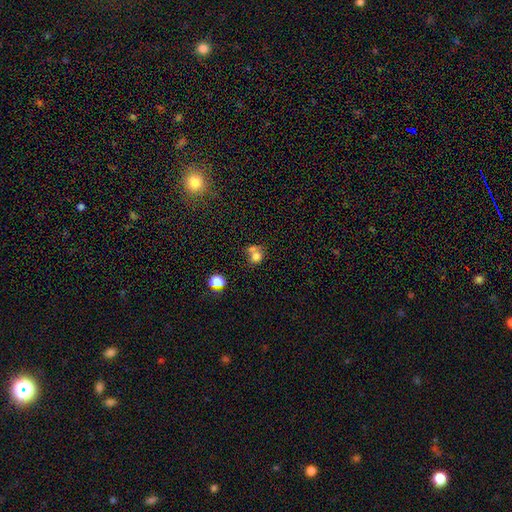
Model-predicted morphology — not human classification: The model was most divided on "merging": merger: 49%, none: 34%, minor disturbance: 10%, major disturbance: 7%. More confident: smooth or featured — smooth (73%); how rounded — round (69%).